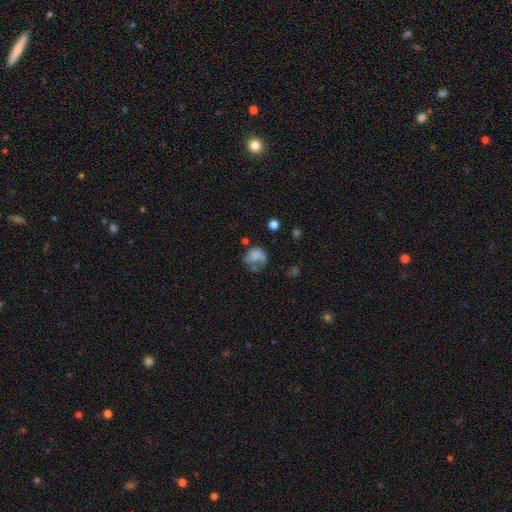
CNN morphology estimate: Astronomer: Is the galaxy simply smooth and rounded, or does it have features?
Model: smooth — 59%.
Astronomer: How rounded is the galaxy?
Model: round — 52% (runner-up: in between, 47%).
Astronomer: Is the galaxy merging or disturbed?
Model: major disturbance — 33% (runner-up: none, 29%).